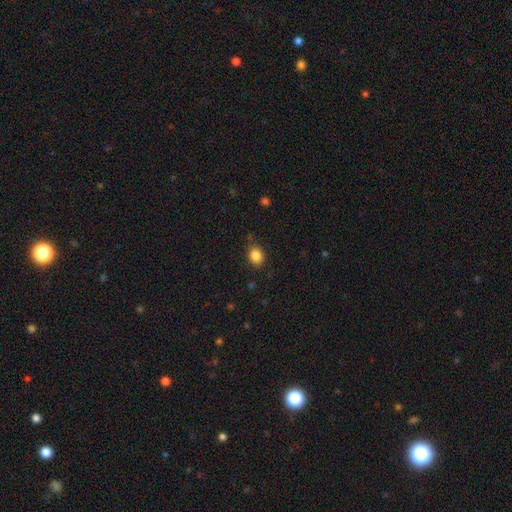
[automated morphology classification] smooth-or-featured: smooth: 86% | star or artifact: 10% | featured or disk: 4%
  how-rounded: round: 51% | in between: 48% | cigar-shaped: 1%
  merging: none: 83% | minor disturbance: 13% | major disturbance: 3% | merger: 1%